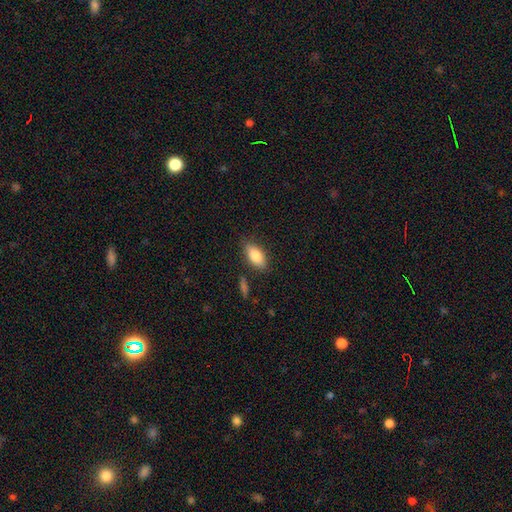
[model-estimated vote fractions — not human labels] Q: Smooth or featured?
A: smooth (82%); runner-up: featured or disk (11%)
Q: How rounded?
A: in between (88%); runner-up: cigar-shaped (8%)
Q: Merging?
A: none (82%); runner-up: minor disturbance (13%)